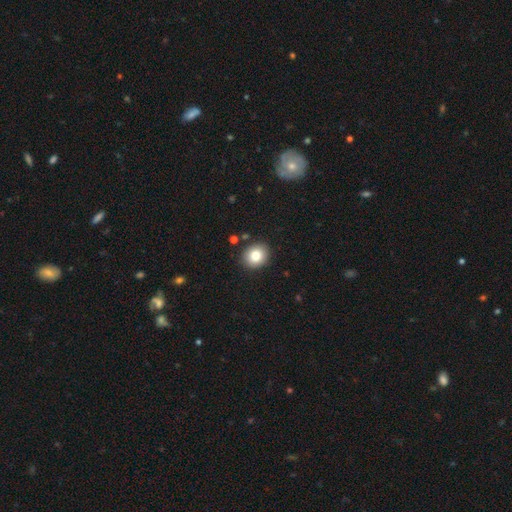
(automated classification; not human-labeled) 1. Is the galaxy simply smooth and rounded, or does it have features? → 82% smooth, 10% star or artifact, 9% featured or disk.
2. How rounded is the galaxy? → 69% round, 30% in between, 1% cigar-shaped.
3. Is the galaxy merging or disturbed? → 88% none, 7% minor disturbance, 2% merger, 2% major disturbance.